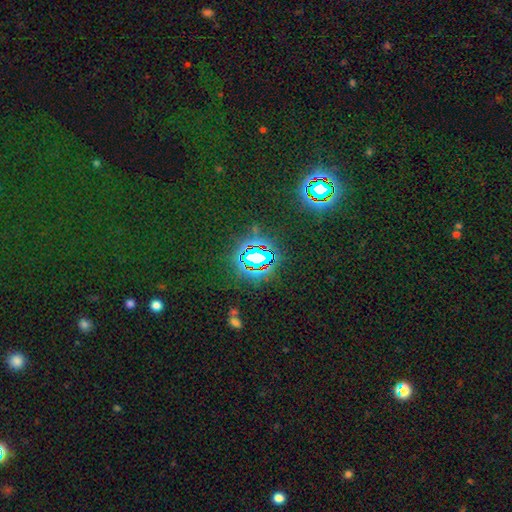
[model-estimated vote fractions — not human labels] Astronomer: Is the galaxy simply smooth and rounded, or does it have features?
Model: star or artifact — 77%.